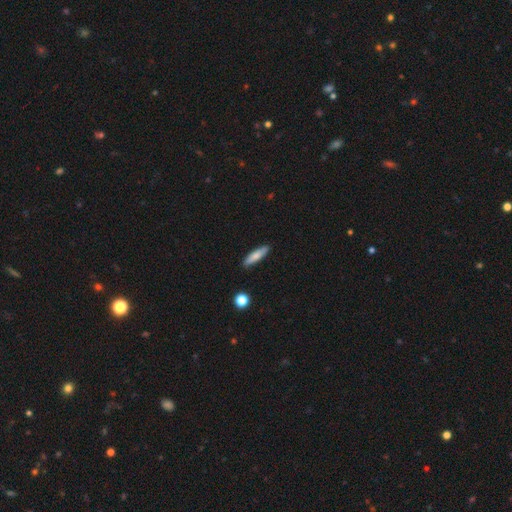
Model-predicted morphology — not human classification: Q: Smooth or featured?
A: smooth (73%); runner-up: featured or disk (20%)
Q: How rounded?
A: cigar-shaped (75%); runner-up: in between (23%)
Q: Merging?
A: none (88%); runner-up: minor disturbance (9%)